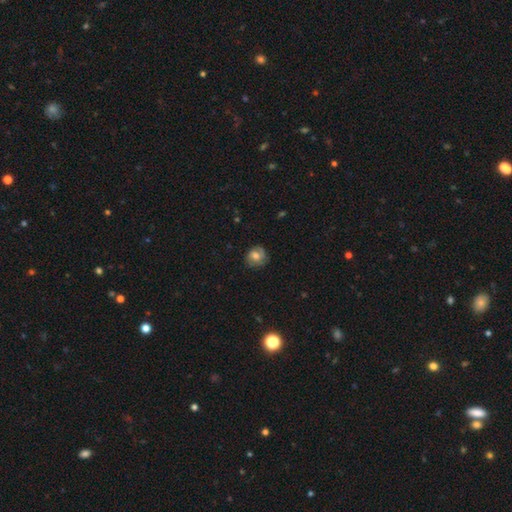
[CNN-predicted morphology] Smooth or featured?
  - smooth: 58% *
  - featured or disk: 33%
  - star or artifact: 9%
How rounded?
  - round: 81% *
  - in between: 18%
  - cigar-shaped: 1%
Merging?
  - none: 76% *
  - minor disturbance: 18%
  - major disturbance: 4%
  - merger: 1%